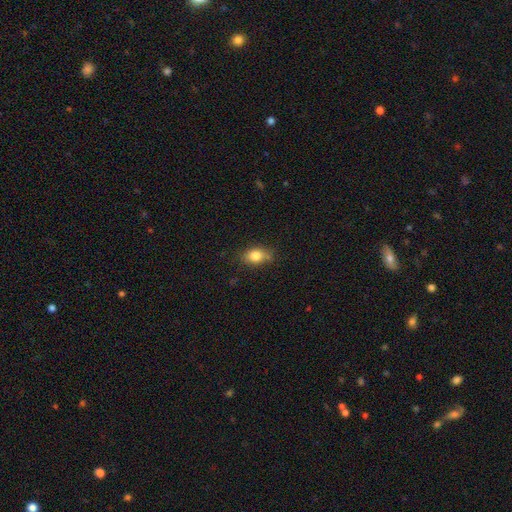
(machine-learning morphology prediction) This is clearly a smooth galaxy (81%). How rounded: likely in between (75%). Merging: likely none (69%).